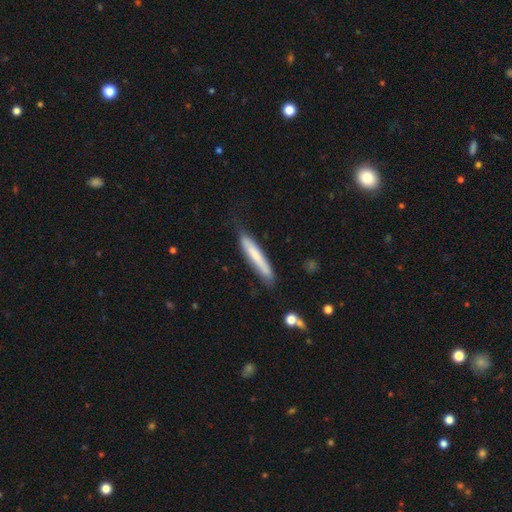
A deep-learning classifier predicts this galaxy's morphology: smooth 67%, featured or disk 27%, star or artifact 6%. Down the decision tree: how rounded — cigar-shaped (93%); merging — none (76%).